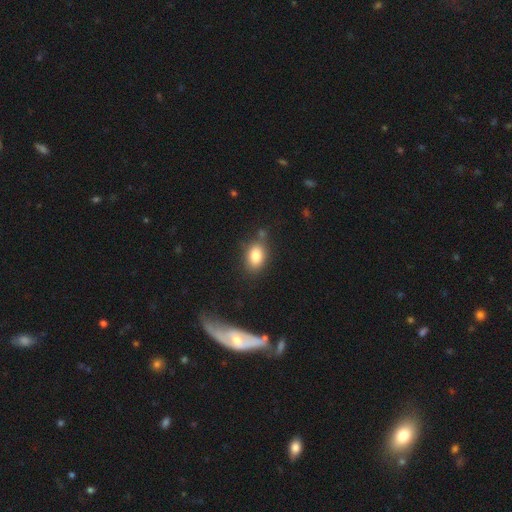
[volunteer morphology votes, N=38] This appears to be a smooth galaxy with no disk features (92%) that is in between round and cigar-shaped (77%). Merging: none (72%).